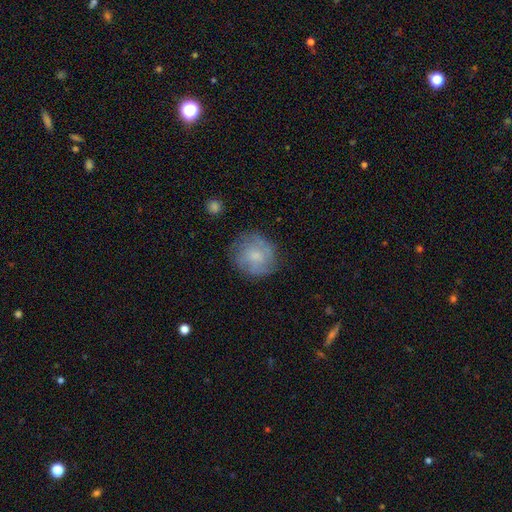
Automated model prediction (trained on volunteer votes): A smooth galaxy with no disk features (46%, tied with featured or disk). Merging: none (74%).